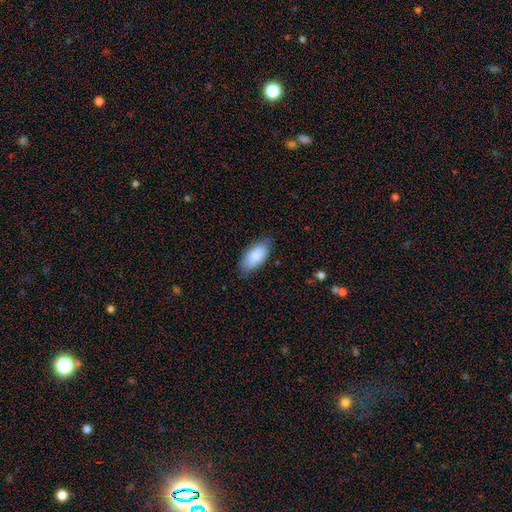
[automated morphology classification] type=smooth (88%); roundness=in between (92%); merging=none (80%).